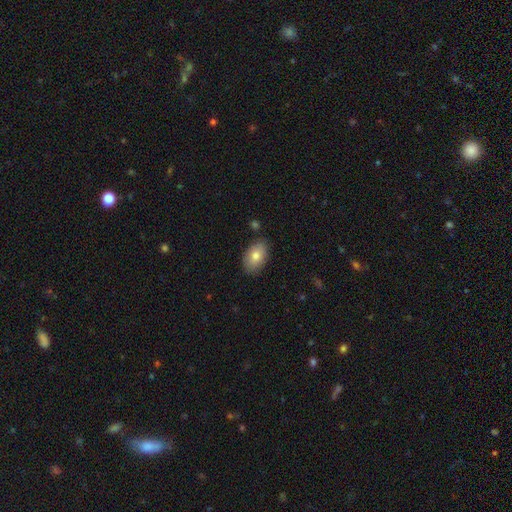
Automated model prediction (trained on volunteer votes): smooth-or-featured: smooth: 78% | featured or disk: 14% | star or artifact: 7%
  how-rounded: in between: 91% | round: 8% | cigar-shaped: 1%
  merging: none: 83% | minor disturbance: 12% | major disturbance: 2% | merger: 2%